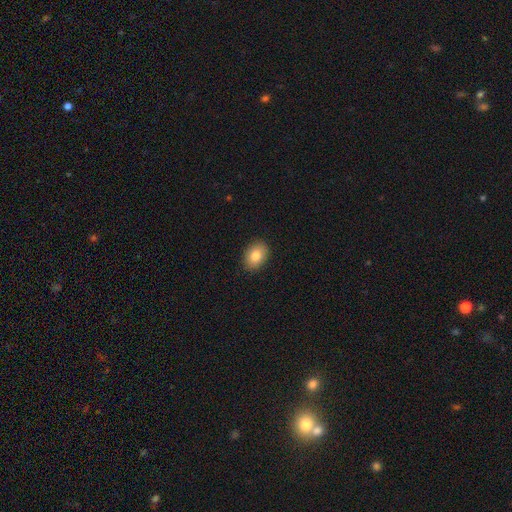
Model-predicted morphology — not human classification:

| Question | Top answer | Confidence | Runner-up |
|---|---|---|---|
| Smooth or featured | smooth | 83% | featured or disk (9%) |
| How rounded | in between | 75% | round (24%) |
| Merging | none | 90% | minor disturbance (7%) |